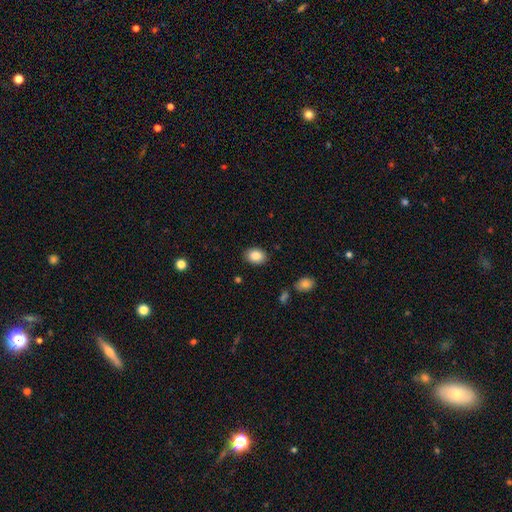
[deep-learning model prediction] smooth 86%, star or artifact 8%, featured or disk 6%. Down the decision tree: how rounded — in between (70%); merging — none (88%).